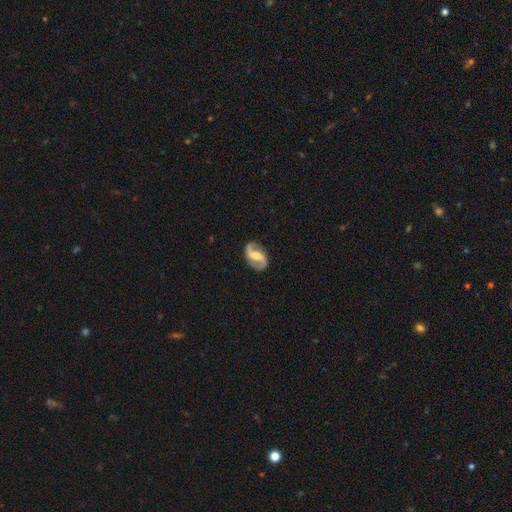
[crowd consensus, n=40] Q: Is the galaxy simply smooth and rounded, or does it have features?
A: featured or disk — 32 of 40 (80%).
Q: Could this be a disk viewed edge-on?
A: no — 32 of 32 (100%).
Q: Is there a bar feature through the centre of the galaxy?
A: weak — 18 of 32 (56%).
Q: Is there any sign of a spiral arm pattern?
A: yes — 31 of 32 (97%).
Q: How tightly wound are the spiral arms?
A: medium — 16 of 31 (52%).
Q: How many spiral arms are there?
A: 2 — 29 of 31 (94%).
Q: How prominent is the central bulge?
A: moderate — 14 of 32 (44%).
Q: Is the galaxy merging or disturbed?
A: none — 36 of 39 (92%).